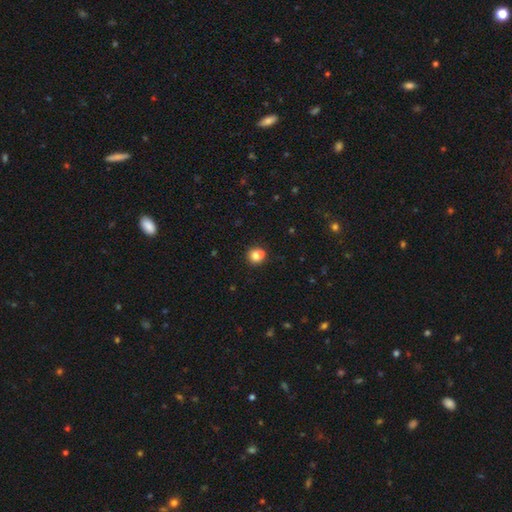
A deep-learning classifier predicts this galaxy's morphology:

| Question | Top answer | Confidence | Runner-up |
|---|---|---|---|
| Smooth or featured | smooth | 76% | featured or disk (13%) |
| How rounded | round | 89% | in between (10%) |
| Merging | none | 56% | merger (33%) |